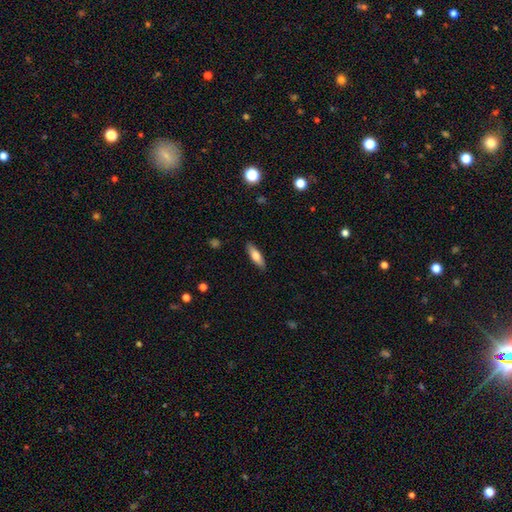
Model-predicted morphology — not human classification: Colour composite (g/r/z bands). It shows a smooth galaxy with no disk features (65%) that is cigar-shaped (55%). Merging: none (88%).